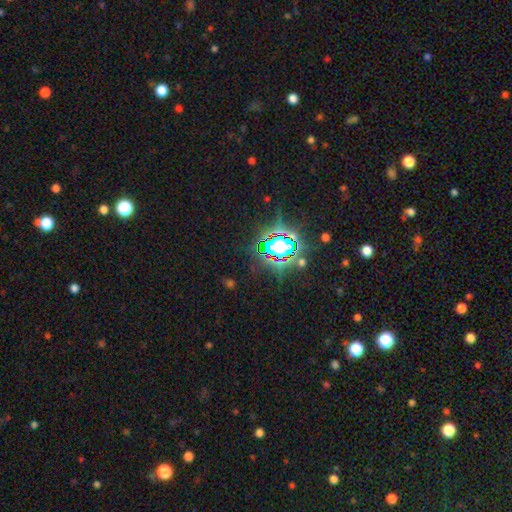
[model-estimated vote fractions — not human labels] star or artifact 83%, smooth 10%, featured or disk 7%.